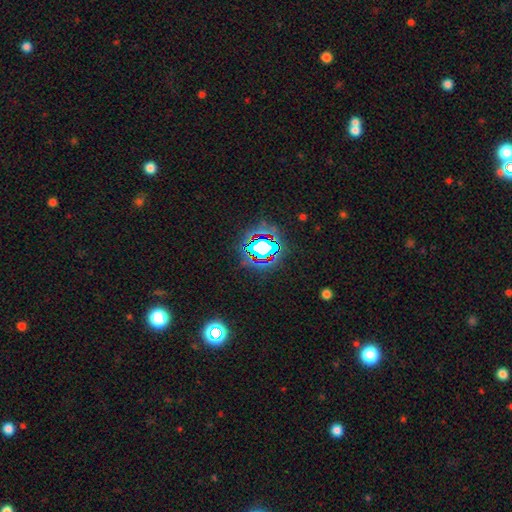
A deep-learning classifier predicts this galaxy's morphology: This appears to be a star or artifact, not a galaxy (78%).